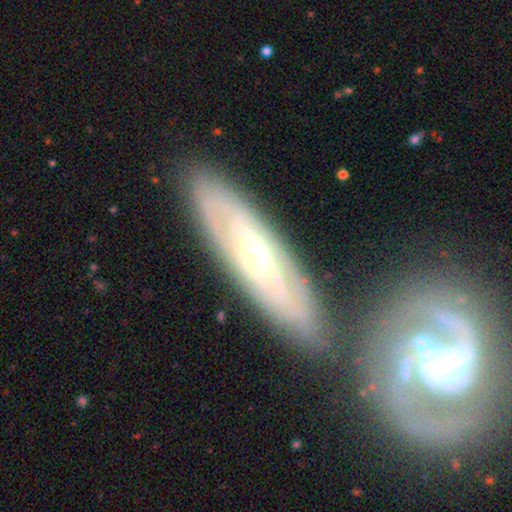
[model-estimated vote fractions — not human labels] Morphology: type=featured or disk (76%); edge-on=no (74%); bar=no (57%); spiral arms=yes (80%); bulge=moderate (53%); merging=none (74%).